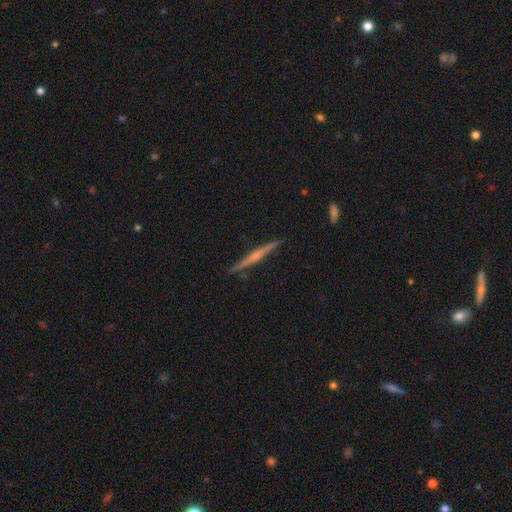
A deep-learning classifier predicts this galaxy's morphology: Smooth or featured? featured or disk (70%)
Edge-on disk? yes (98%)
Edge-on bulge? rounded (58%)
Merging? none (90%)